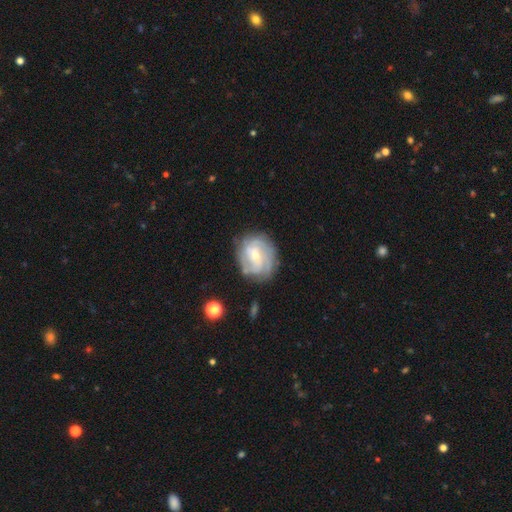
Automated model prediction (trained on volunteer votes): smooth-or-featured: featured or disk: 74% | smooth: 20% | star or artifact: 7%
  disk-edge-on: no: 97% | yes: 3%
    bar: weak: 45% | no: 43% | strong: 13%
    has-spiral-arms: yes: 85% | no: 15%
      spiral-winding: tight: 56% | medium: 33% | loose: 12%
      spiral-arm-count: can't tell: 40% | 2: 25% | 3: 18% | 4: 9% | 1: 4% | more than 4: 4%
    bulge-size: small: 58% | moderate: 37% | large: 2% | none: 2% | dominant: 1%
  merging: none: 69% | minor disturbance: 19% | major disturbance: 8% | merger: 3%